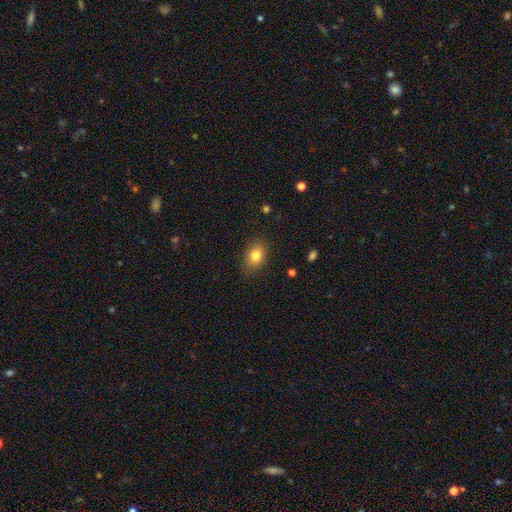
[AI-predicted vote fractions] Q: Smooth or featured?
A: smooth (82%); runner-up: star or artifact (10%)
Q: How rounded?
A: in between (69%); runner-up: round (30%)
Q: Merging?
A: none (81%); runner-up: minor disturbance (15%)